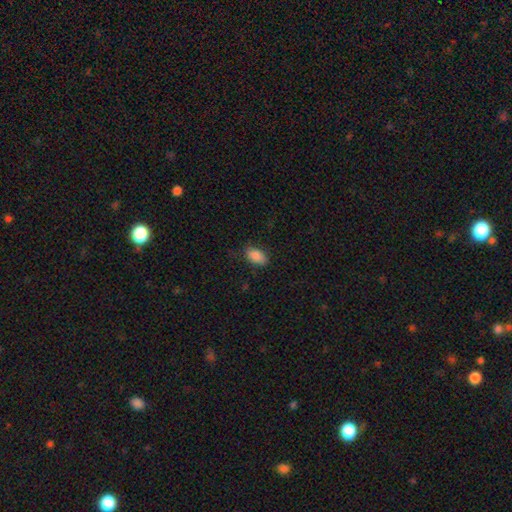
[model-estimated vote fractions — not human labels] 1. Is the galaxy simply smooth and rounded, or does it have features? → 87% smooth, 8% star or artifact, 5% featured or disk.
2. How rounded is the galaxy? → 92% in between, 5% round, 3% cigar-shaped.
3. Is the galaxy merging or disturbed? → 79% none, 16% minor disturbance, 4% major disturbance, 1% merger.